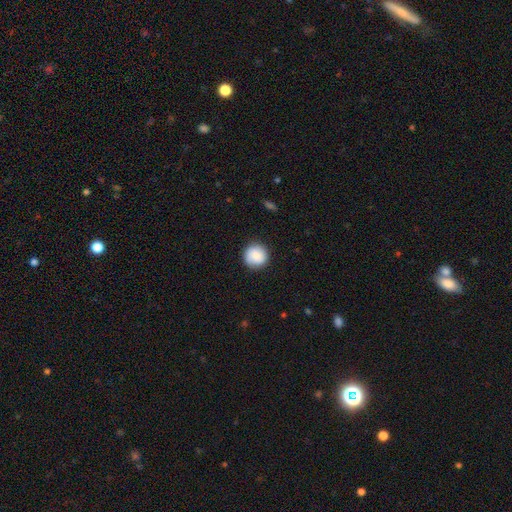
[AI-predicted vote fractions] The model was most divided on "smooth or featured": smooth: 84%, featured or disk: 9%, star or artifact: 7%. More confident: how rounded — round (95%); merging — none (89%).